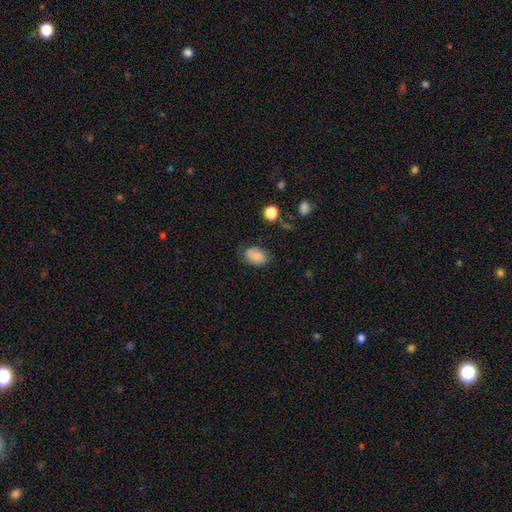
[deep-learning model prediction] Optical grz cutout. It shows a smooth galaxy with no disk features (74%) that is in between round and cigar-shaped (82%). Merging: none (66%).